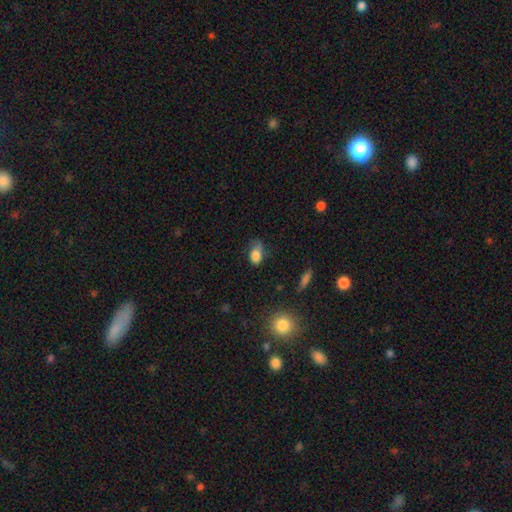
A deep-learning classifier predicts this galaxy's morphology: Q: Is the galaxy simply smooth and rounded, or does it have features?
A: smooth — 81%.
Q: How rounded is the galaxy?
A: in between — 87%.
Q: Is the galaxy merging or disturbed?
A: none — 40%.